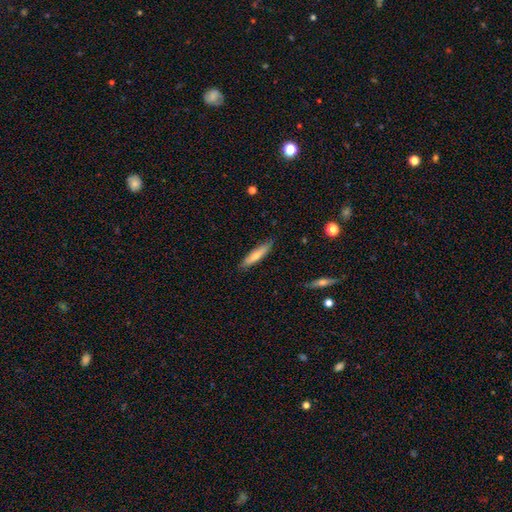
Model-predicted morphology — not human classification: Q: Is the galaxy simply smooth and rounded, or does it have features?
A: smooth — 64%.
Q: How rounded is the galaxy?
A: cigar-shaped — 81%.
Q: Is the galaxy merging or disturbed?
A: none — 85%.